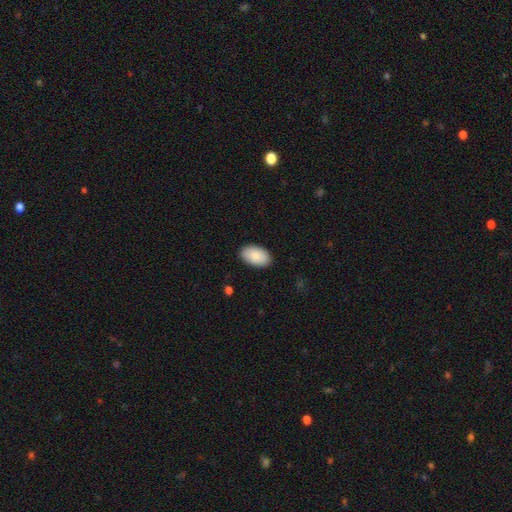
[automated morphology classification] Smooth or featured?
  - smooth: 87% *
  - featured or disk: 7%
  - star or artifact: 6%
How rounded?
  - in between: 95% *
  - round: 4%
  - cigar-shaped: 1%
Merging?
  - none: 89% *
  - minor disturbance: 8%
  - major disturbance: 2%
  - merger: 1%